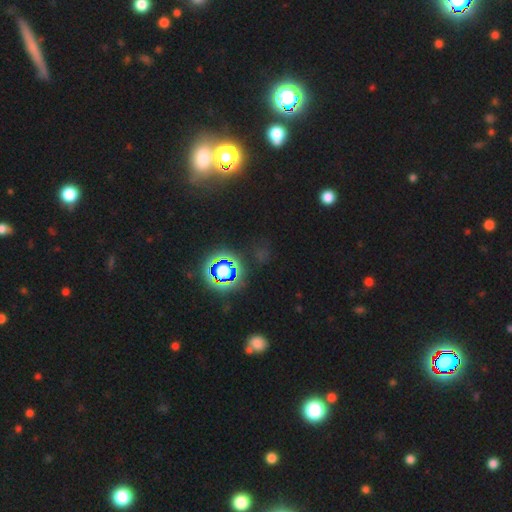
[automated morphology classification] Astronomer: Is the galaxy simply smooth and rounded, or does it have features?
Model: star or artifact — 77%.